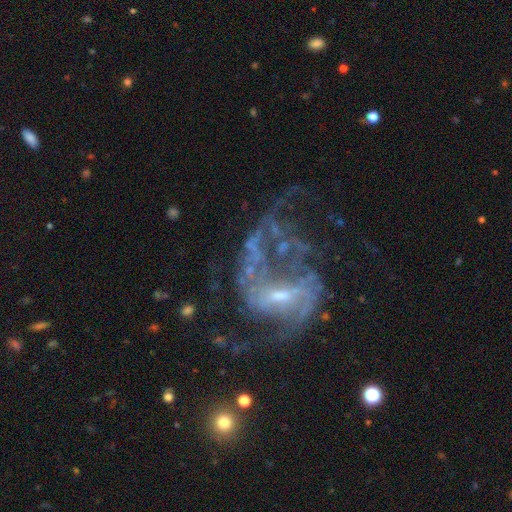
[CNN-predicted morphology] A featured or disk galaxy (85%) with a weak bar (49%), 2 (59%) loose (48%) spiral arms (89%) and a small central bulge (60%).

Vote fractions:
- Smooth or featured? featured or disk: 85% / star or artifact: 9% / smooth: 5%
- Edge-on disk? no: 97% / yes: 3%
- Bar? weak: 49% / strong: 26% / no: 25%
- Spiral arms? yes: 89% / no: 11%
- Spiral winding? loose: 48% / medium: 39% / tight: 13%
- Spiral arm count? 2: 59% / can't tell: 16% / 3: 8% / 1: 8% / 4: 4% / more than 4: 4%
- Bulge size? small: 60% / moderate: 28% / none: 9% / large: 2% / dominant: 1%
- Merging? major disturbance: 40% / none: 37% / minor disturbance: 15% / merger: 8%